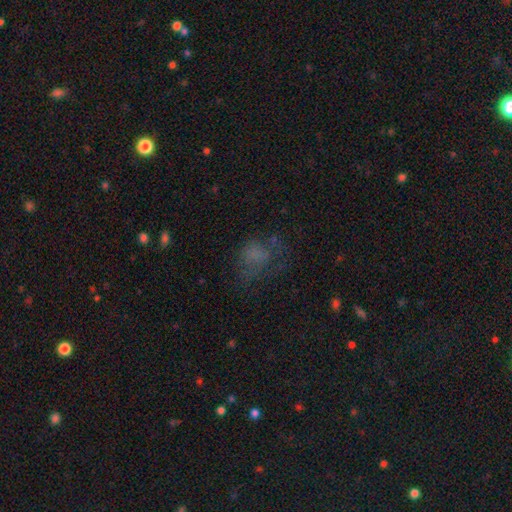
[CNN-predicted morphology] Smooth or featured? smooth (57%)
How rounded? in between (54%)
Merging? none (38%)